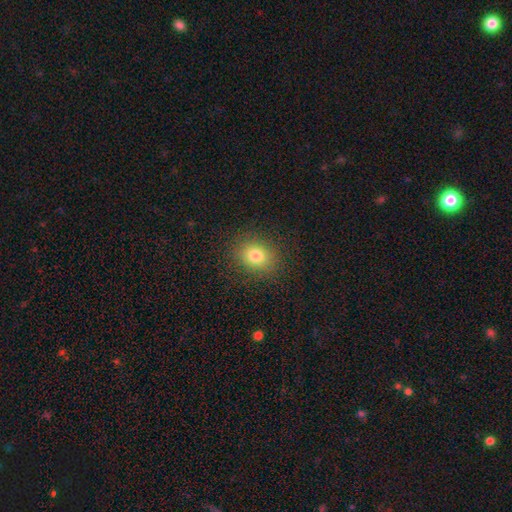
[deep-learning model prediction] Morphology: type=smooth (79%); roundness=round (55%); merging=none (87%).